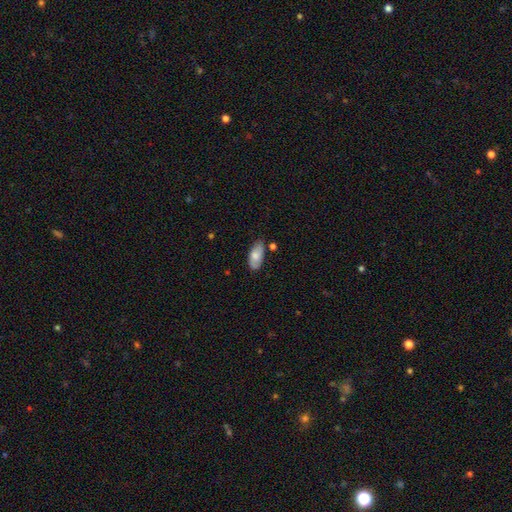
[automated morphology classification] This is likely a smooth galaxy (74%). How rounded: clearly in between (91%). Merging: likely none (67%).